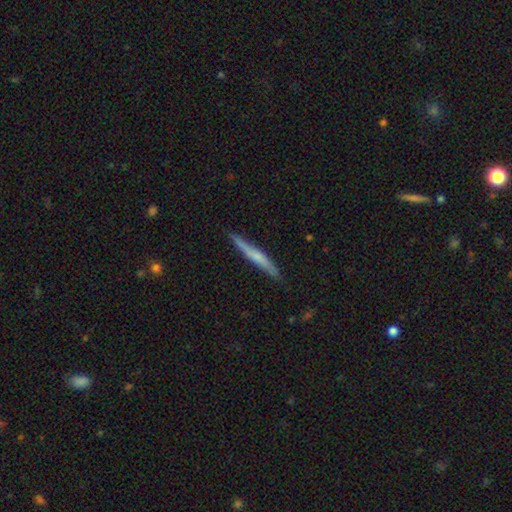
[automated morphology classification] The model was most divided on "smooth or featured": featured or disk: 48%, smooth: 47%, star or artifact: 6%. More confident: merging — none (86%).